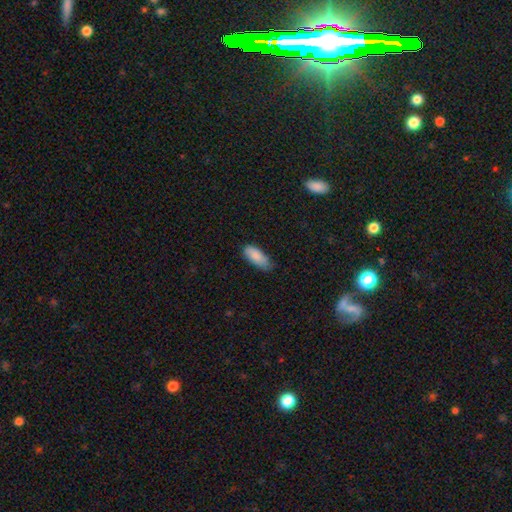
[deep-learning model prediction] A smooth galaxy with no disk features (87%) that is in between round and cigar-shaped (83%). Merging: none (60%).